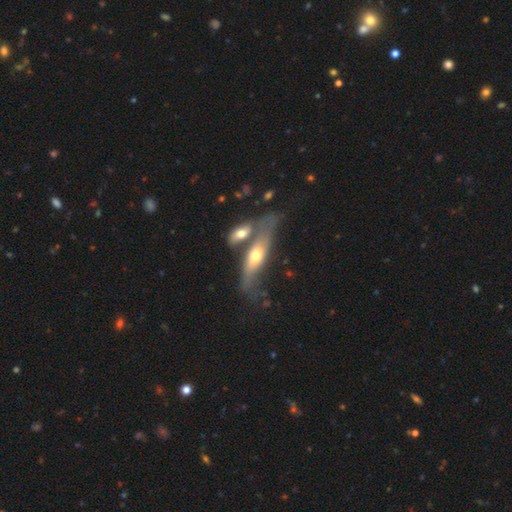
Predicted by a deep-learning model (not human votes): smooth_or_featured: featured or disk (p=0.50) [alt: smooth p=0.44]
merging: merger (p=0.41) [alt: none p=0.34]